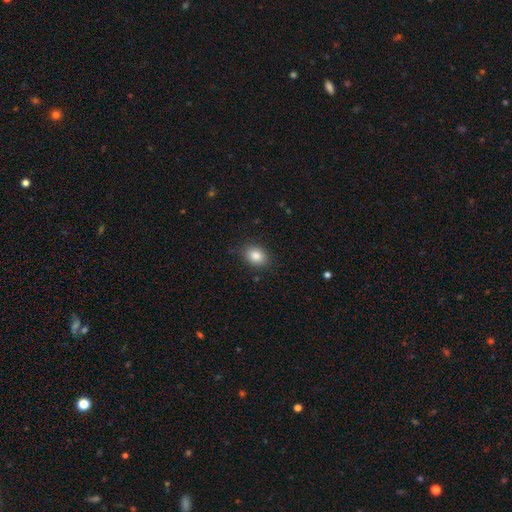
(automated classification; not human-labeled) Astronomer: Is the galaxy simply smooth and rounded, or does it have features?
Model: smooth — 85%.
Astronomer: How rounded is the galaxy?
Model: in between — 64%.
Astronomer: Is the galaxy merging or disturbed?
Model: none — 85%.